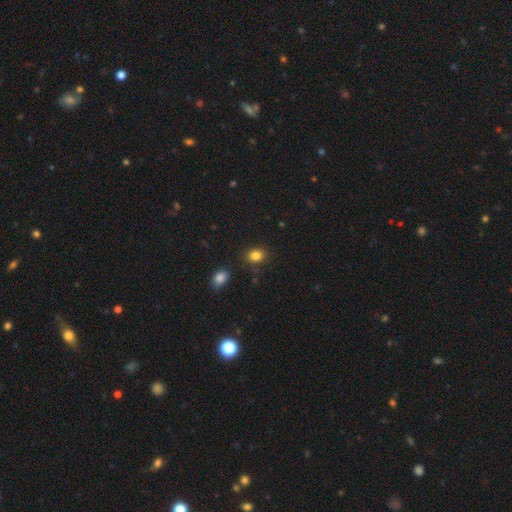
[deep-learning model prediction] Smooth or featured? smooth (84%)
How rounded? round (50%)
Merging? none (81%)